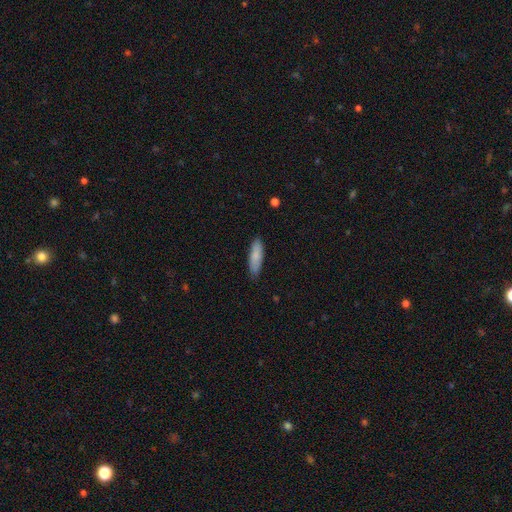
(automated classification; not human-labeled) A smooth galaxy with no disk features (85%) that is cigar-shaped (55%). Merging: none (84%).